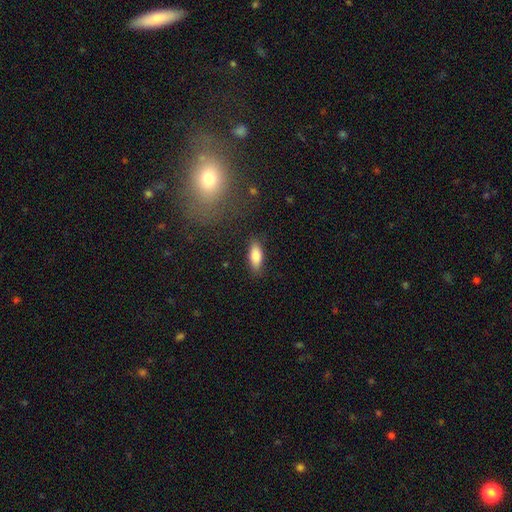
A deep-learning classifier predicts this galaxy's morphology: Overall: smooth (83%). How rounded: in between (75%). Merging: none (85%).